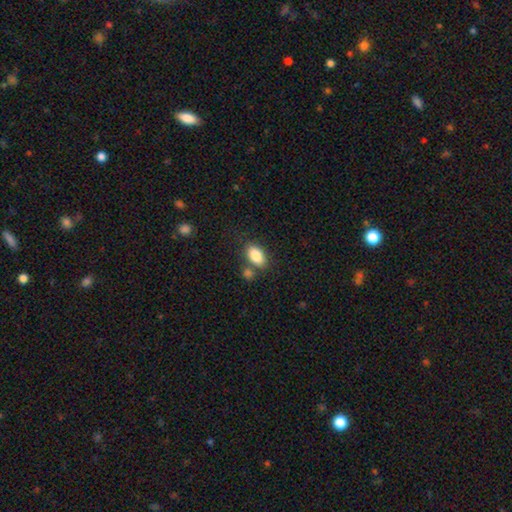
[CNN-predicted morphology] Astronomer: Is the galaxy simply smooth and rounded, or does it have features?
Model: smooth — 85%.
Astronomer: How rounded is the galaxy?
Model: in between — 89%.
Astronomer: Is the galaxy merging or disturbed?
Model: none — 68%.